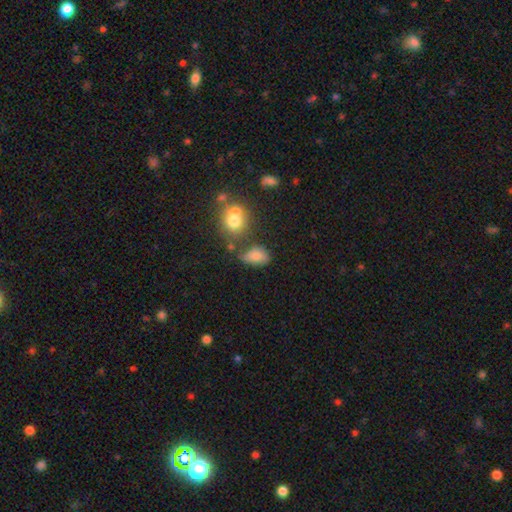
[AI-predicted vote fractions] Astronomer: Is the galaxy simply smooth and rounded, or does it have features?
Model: smooth — 76%.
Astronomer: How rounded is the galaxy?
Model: in between — 84%.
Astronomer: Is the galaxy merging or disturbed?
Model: none — 46% (runner-up: minor disturbance, 29%).